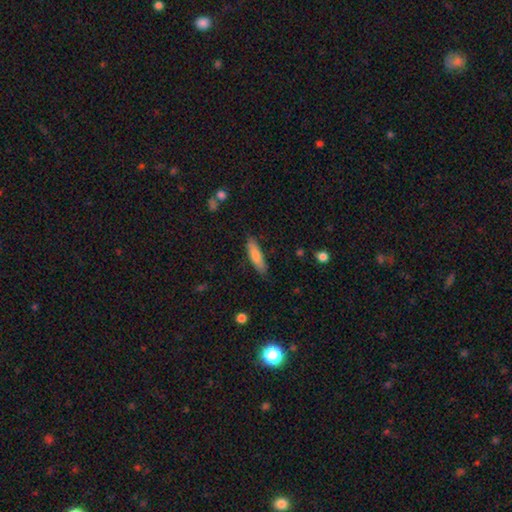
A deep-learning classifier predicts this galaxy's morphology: Overall: smooth (75%). How rounded: cigar-shaped (68%; in between 31%). Merging: none (84%).